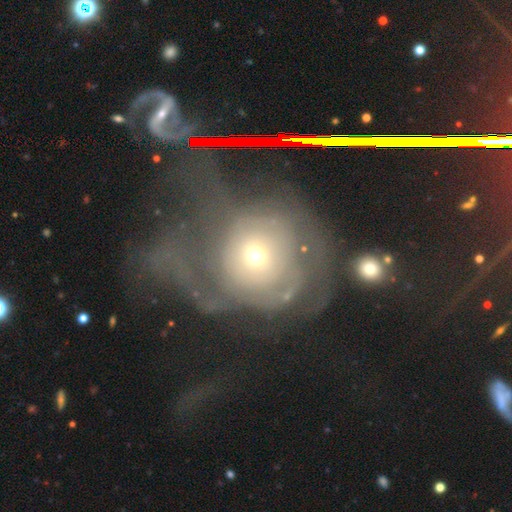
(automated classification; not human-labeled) featured or disk 53%, smooth 37%, star or artifact 10%. Down the decision tree: edge-on disk — no (95%); bar — no (86%); spiral arms — no (54%); bulge size — small (61%); merging — major disturbance (56%).